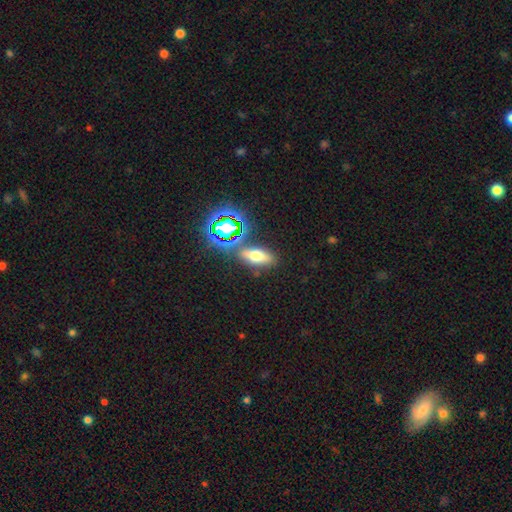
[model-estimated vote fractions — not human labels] This appears to be a smooth galaxy with no disk features (51%) that is in between round and cigar-shaped (61%). Merging: none (78%).